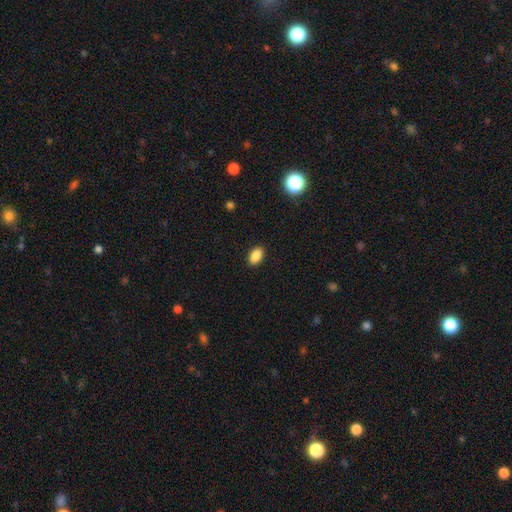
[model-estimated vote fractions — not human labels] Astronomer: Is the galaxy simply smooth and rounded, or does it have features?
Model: smooth — 88%.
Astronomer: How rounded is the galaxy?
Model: in between — 90%.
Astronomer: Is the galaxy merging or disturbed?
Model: none — 89%.